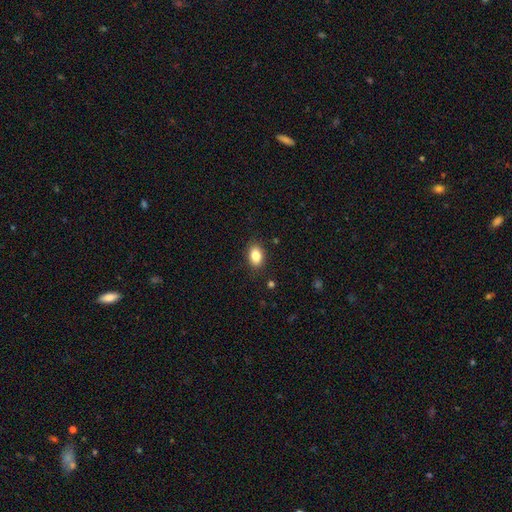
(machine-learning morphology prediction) Q: Smooth or featured?
A: smooth (85%); runner-up: star or artifact (9%)
Q: How rounded?
A: in between (81%); runner-up: round (18%)
Q: Merging?
A: none (87%); runner-up: minor disturbance (10%)